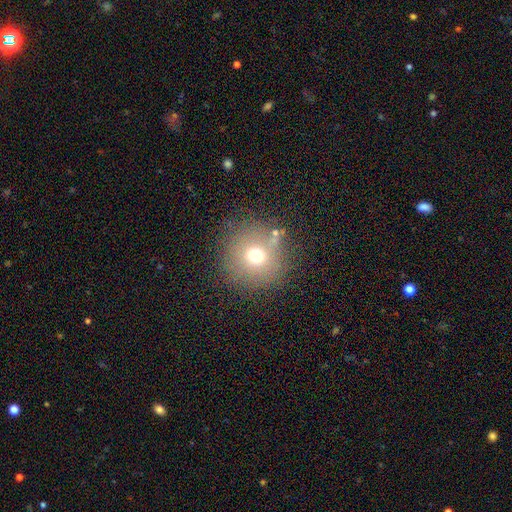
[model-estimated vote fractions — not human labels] smooth_or_featured: smooth (p=0.66) [alt: star or artifact p=0.20]
how_rounded: round (p=0.94) [alt: in between p=0.05]
merging: none (p=0.80) [alt: minor disturbance p=0.10]